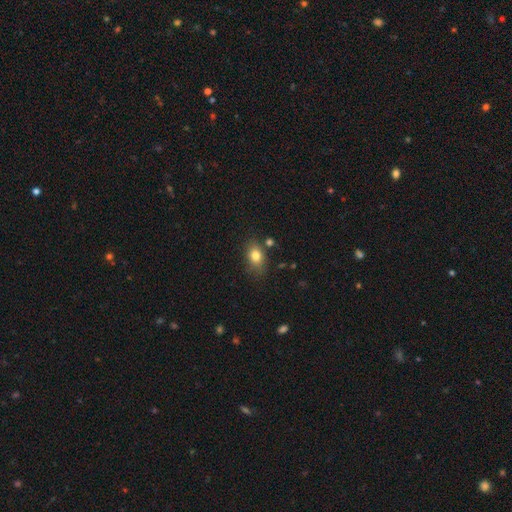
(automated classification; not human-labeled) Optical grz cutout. It shows a smooth galaxy with no disk features (80%) that is in between round and cigar-shaped (75%). Merging: none (73%).